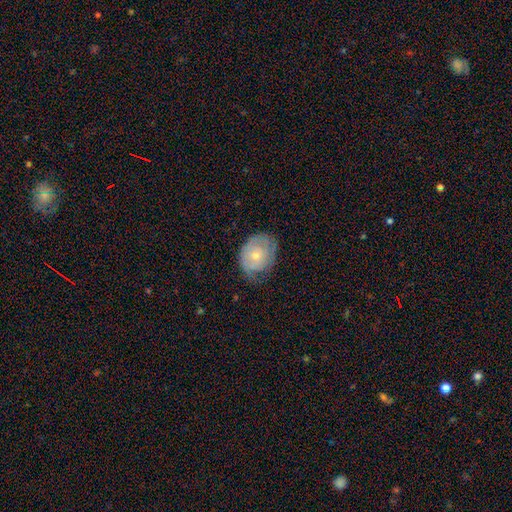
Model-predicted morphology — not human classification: Smooth or featured?
  - smooth: 52% *
  - featured or disk: 41%
  - star or artifact: 7%
How rounded?
  - in between: 57% *
  - round: 42%
  - cigar-shaped: 1%
Merging?
  - none: 54% *
  - minor disturbance: 33%
  - major disturbance: 12%
  - merger: 1%